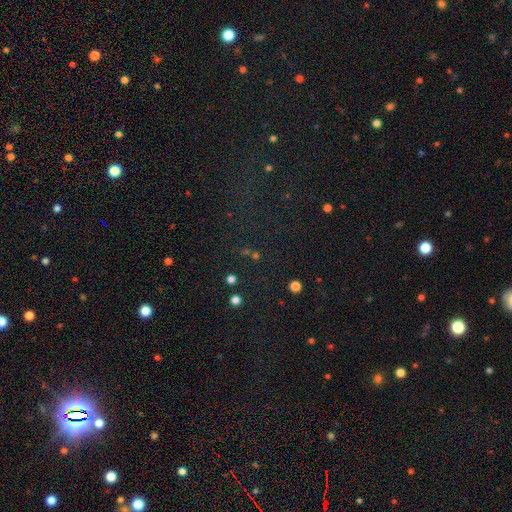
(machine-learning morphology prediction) Q: Smooth or featured?
A: star or artifact (64%); runner-up: smooth (27%)